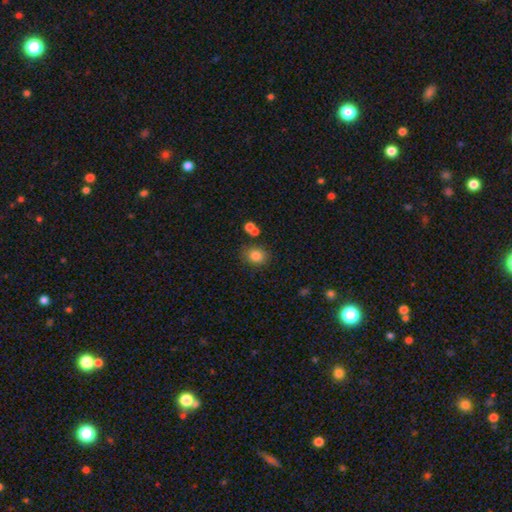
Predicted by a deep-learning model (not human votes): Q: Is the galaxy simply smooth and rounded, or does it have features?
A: smooth — 82%.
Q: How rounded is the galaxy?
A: round — 57%.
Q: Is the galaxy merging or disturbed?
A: none — 73%.